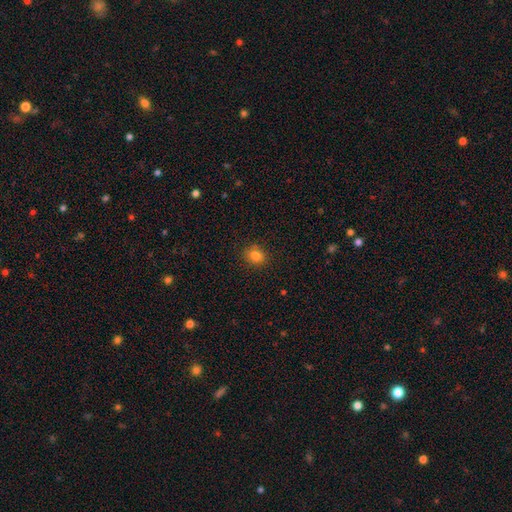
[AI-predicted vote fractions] A smooth galaxy with no disk features (82%) that is round (61%). Merging: none (86%).